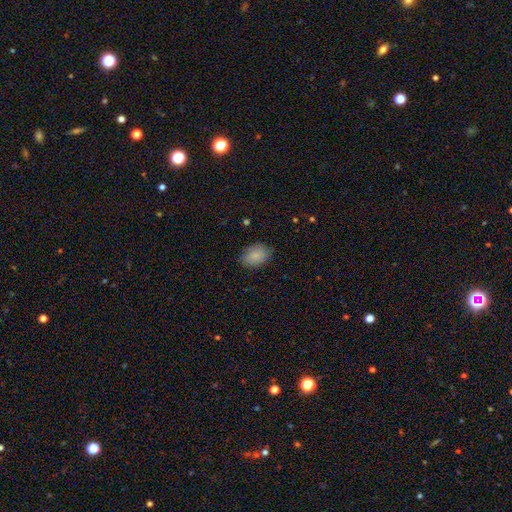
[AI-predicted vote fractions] Overall: smooth (86%). How rounded: in between (80%). Merging: none (83%).